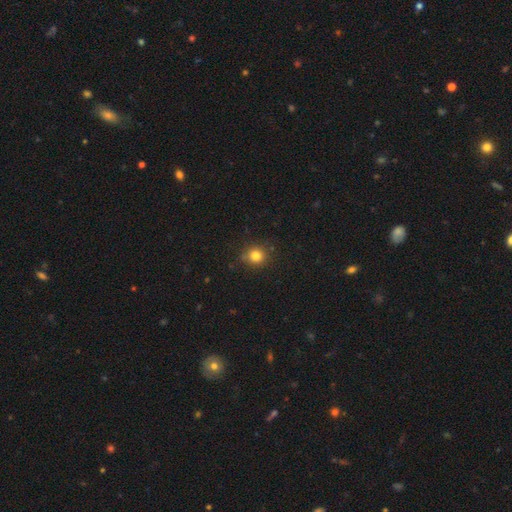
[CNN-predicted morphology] A smooth galaxy with no disk features (82%) that is round (90%).

Vote fractions:
- Smooth or featured? smooth: 82% / star or artifact: 13% / featured or disk: 6%
- How rounded? round: 90% / in between: 9% / cigar-shaped: 1%
- Merging? none: 85% / minor disturbance: 10% / major disturbance: 3% / merger: 2%